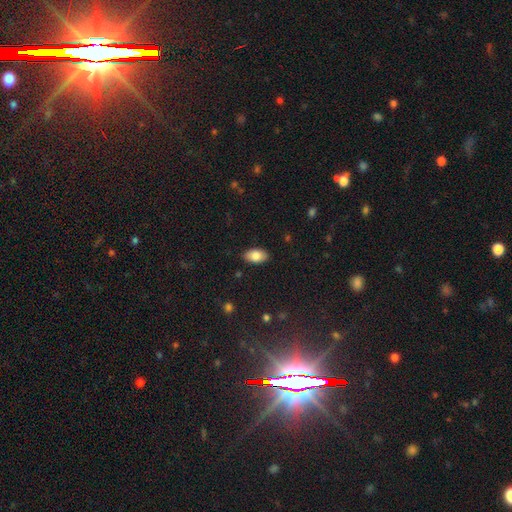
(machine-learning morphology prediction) smooth 84%, featured or disk 9%, star or artifact 7%. Down the decision tree: how rounded — in between (94%); merging — none (88%).